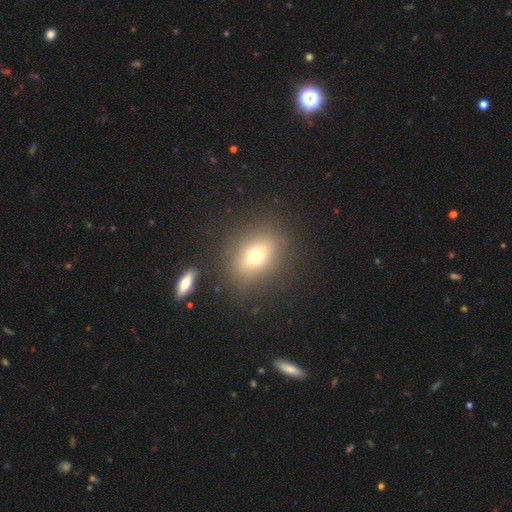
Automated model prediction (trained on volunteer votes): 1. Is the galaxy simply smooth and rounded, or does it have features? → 67% smooth, 18% featured or disk, 14% star or artifact.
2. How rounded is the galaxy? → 55% in between, 41% round, 3% cigar-shaped.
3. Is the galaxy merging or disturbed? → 81% none, 10% minor disturbance, 5% major disturbance, 4% merger.